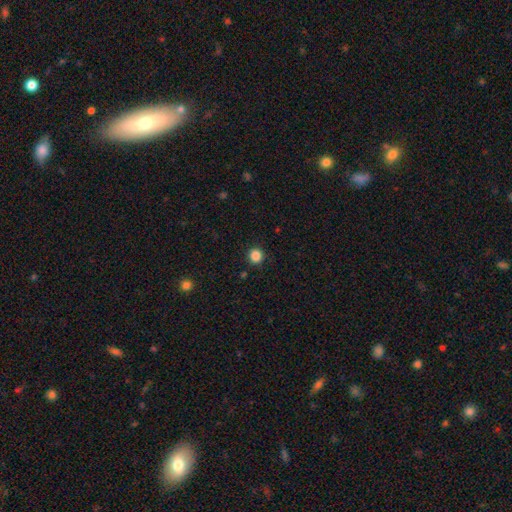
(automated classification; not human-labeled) smooth 86%, star or artifact 11%, featured or disk 3%. Down the decision tree: how rounded — round (94%); merging — none (92%).